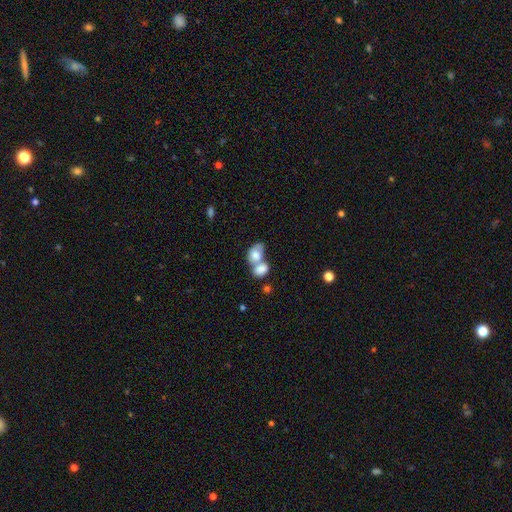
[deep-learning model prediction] smooth 74%, featured or disk 19%, star or artifact 7%. Down the decision tree: how rounded — in between (78%); merging — merger (74%).